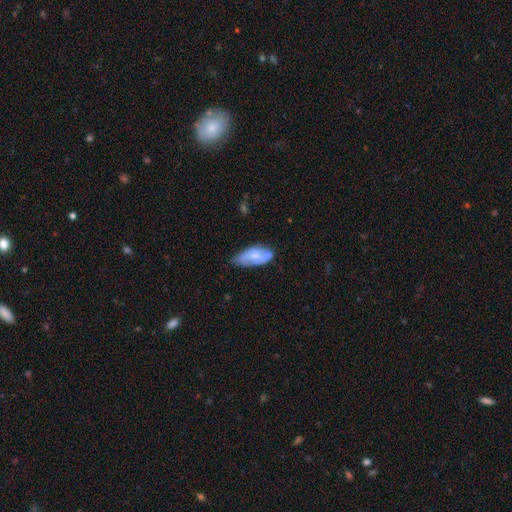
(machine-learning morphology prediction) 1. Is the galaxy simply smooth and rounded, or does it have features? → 48% smooth, 45% featured or disk, 7% star or artifact.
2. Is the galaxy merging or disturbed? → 42% none, 38% minor disturbance, 14% major disturbance, 5% merger.